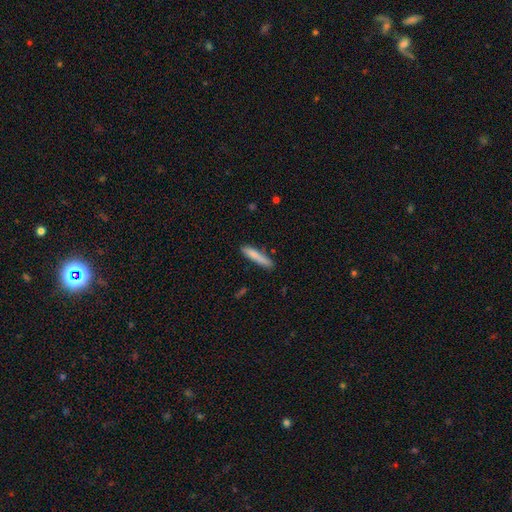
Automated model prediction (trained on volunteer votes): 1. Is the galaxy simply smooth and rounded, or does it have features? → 81% smooth, 13% featured or disk, 6% star or artifact.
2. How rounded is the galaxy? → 90% cigar-shaped, 9% in between, 1% round.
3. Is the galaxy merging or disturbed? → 81% none, 14% minor disturbance, 3% merger, 3% major disturbance.